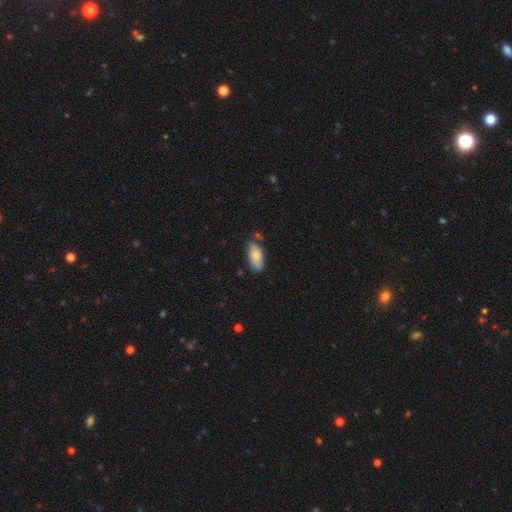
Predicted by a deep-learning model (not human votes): Smooth or featured? Predicted: smooth (p=0.78). How rounded? Predicted: in between (p=0.90). Merging? Predicted: none (p=0.68).